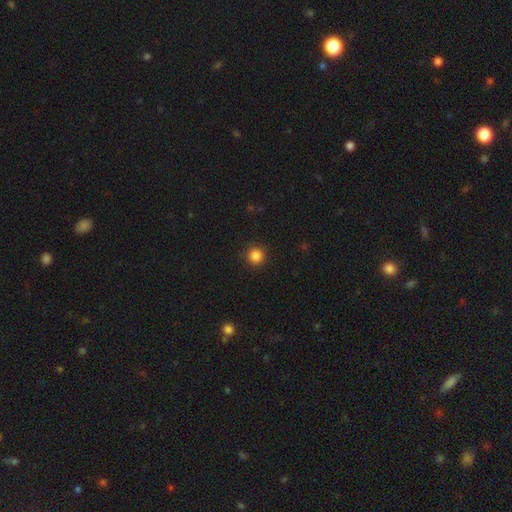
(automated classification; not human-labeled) Morphology: type=smooth (85%); roundness=round (95%); merging=none (91%).